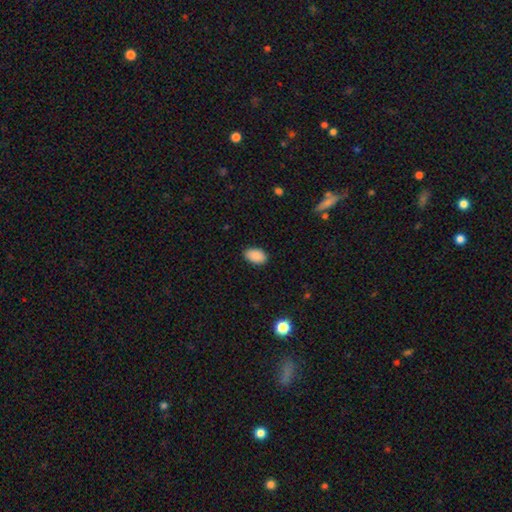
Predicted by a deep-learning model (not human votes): This is clearly a smooth galaxy (89%). How rounded: clearly in between (91%). Merging: clearly none (88%).